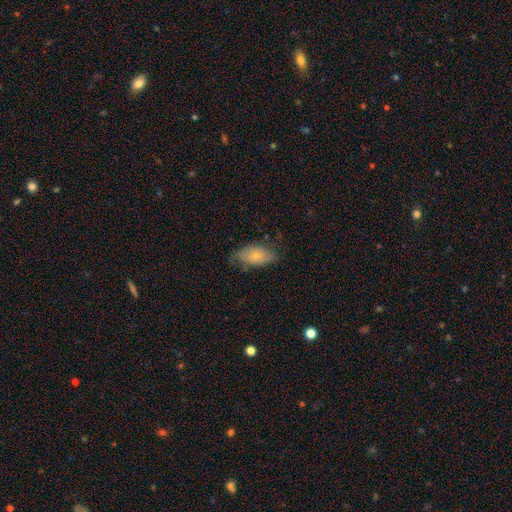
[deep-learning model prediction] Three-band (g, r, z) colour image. It shows a smooth galaxy with no disk features (68%) that is in between round and cigar-shaped (93%). Merging: none (62%).